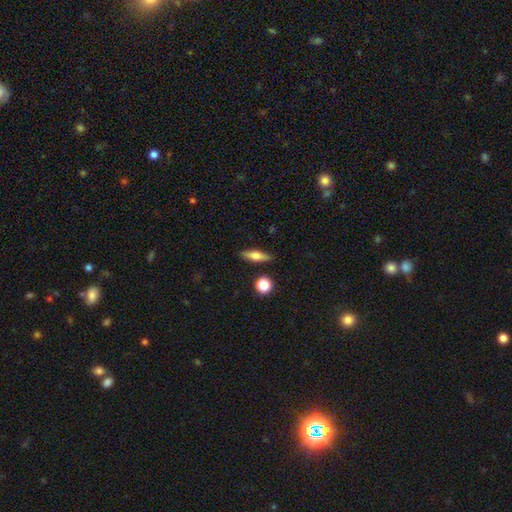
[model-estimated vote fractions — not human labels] smooth_or_featured: smooth (p=0.59) [alt: featured or disk p=0.33]
how_rounded: cigar-shaped (p=0.54) [alt: in between p=0.39]
merging: none (p=0.87) [alt: minor disturbance p=0.08]